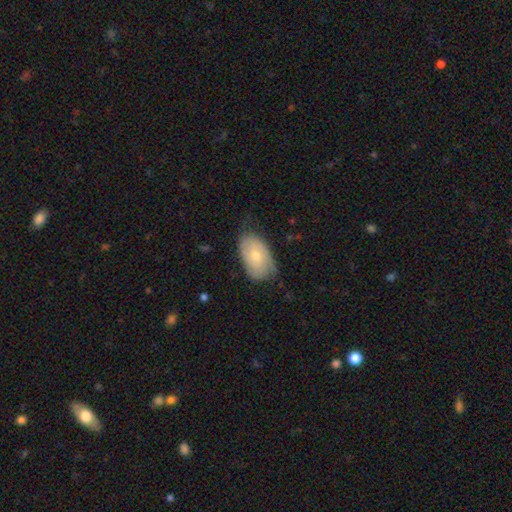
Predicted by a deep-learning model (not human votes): This is possibly a featured or disk galaxy (48%). Merging: likely none (65%).